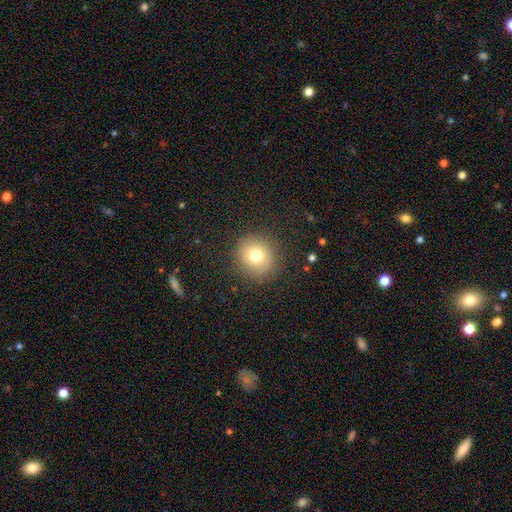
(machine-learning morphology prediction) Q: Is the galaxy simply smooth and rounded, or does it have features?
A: smooth — 75%.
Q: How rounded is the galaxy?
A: round — 92%.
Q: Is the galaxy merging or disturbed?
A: none — 87%.